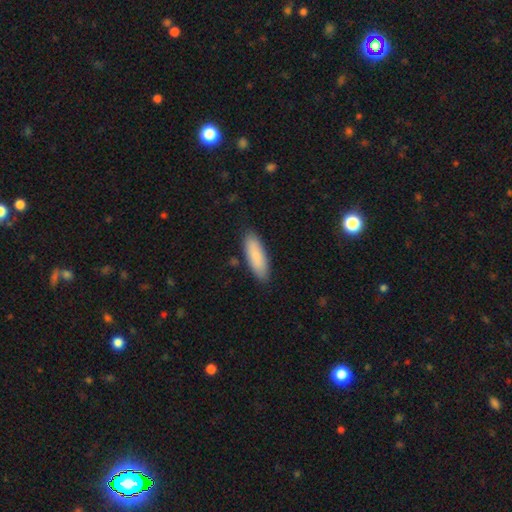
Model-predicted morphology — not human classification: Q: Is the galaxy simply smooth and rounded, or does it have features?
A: smooth — 87%.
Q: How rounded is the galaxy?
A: in between — 56%.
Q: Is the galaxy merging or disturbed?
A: none — 87%.